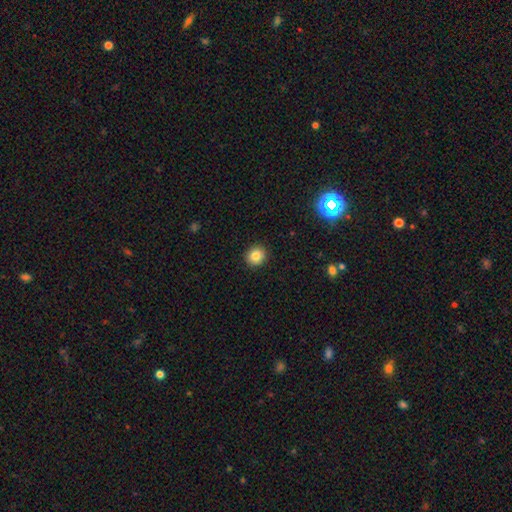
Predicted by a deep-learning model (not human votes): Smooth or featured? smooth (84%)
How rounded? round (85%)
Merging? none (91%)